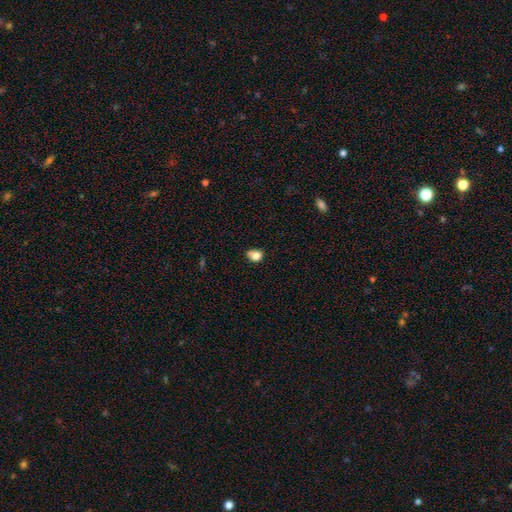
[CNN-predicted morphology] smooth-or-featured: smooth: 80% | star or artifact: 11% | featured or disk: 9%
  how-rounded: round: 52% | in between: 47% | cigar-shaped: 1%
  merging: none: 47% | minor disturbance: 32% | merger: 10% | major disturbance: 10%